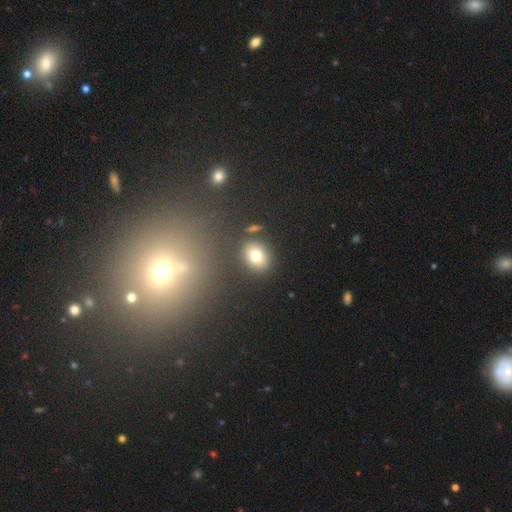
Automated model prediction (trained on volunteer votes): A smooth galaxy with no disk features (76%) that is in between round and cigar-shaped (53%).

Vote fractions:
- Smooth or featured? smooth: 76% / star or artifact: 13% / featured or disk: 11%
- How rounded? in between: 53% / round: 46% / cigar-shaped: 1%
- Merging? none: 83% / minor disturbance: 9% / merger: 5% / major disturbance: 3%